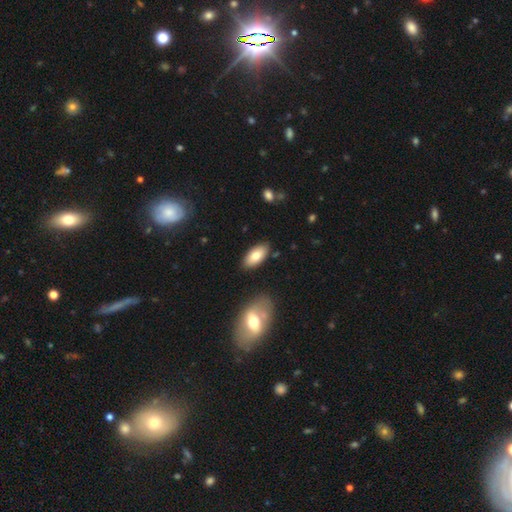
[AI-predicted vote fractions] Morphology: type=smooth (76%); roundness=in between (91%); merging=none (84%).